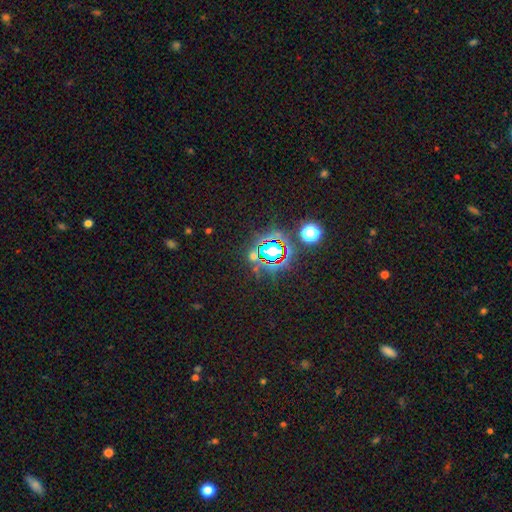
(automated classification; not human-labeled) This is likely a star or artifact rather than a galaxy (77%).